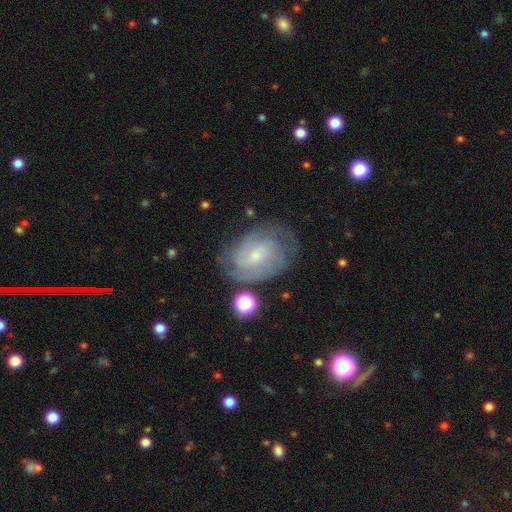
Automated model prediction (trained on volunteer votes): smooth-or-featured: featured or disk: 76% | smooth: 17% | star or artifact: 7%
  disk-edge-on: no: 97% | yes: 3%
    bar: no: 55% | weak: 39% | strong: 7%
    has-spiral-arms: yes: 91% | no: 9%
      spiral-winding: tight: 60% | medium: 32% | loose: 9%
      spiral-arm-count: can't tell: 39% | 2: 30% | 3: 15% | 4: 6% | 1: 5% | more than 4: 4%
    bulge-size: small: 67% | moderate: 26% | none: 4% | large: 2% | dominant: 1%
  merging: none: 69% | minor disturbance: 20% | major disturbance: 8% | merger: 3%